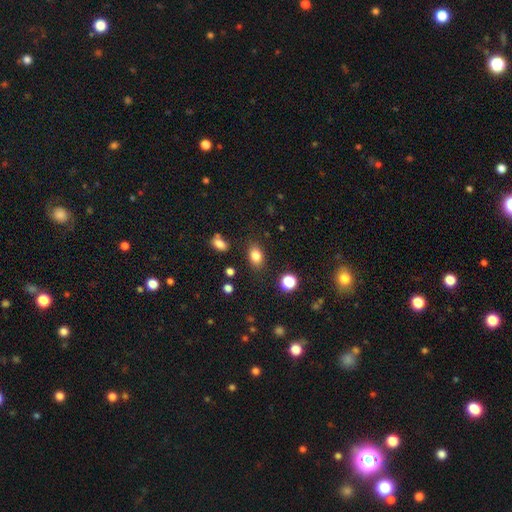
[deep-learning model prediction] smooth 81%, star or artifact 11%, featured or disk 7%. Down the decision tree: how rounded — in between (78%); merging — none (83%).